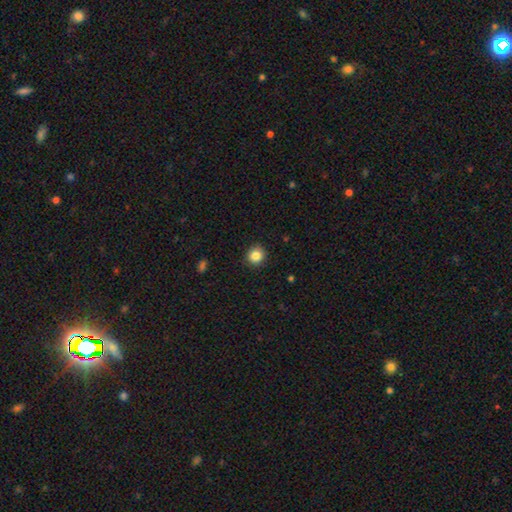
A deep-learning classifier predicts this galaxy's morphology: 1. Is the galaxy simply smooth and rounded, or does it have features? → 85% smooth, 10% star or artifact, 5% featured or disk.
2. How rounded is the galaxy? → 90% round, 9% in between, 1% cigar-shaped.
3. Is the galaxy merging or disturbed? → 91% none, 6% minor disturbance, 2% major disturbance, 1% merger.